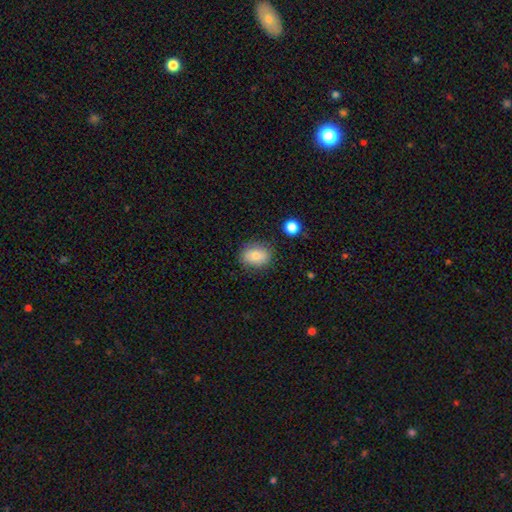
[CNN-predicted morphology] Smooth or featured? Predicted: smooth (p=0.79). How rounded? Predicted: in between (p=0.59). Merging? Predicted: none (p=0.82).